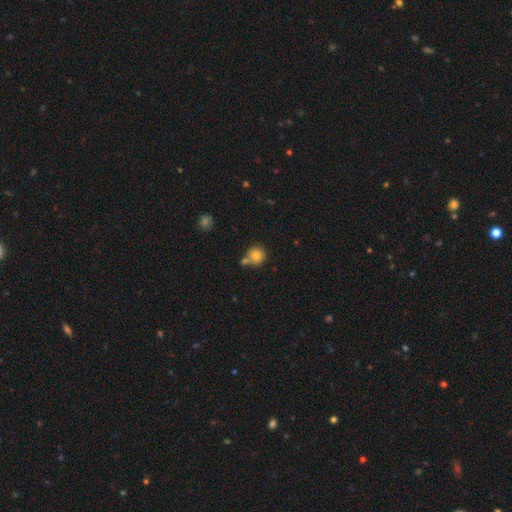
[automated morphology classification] This is clearly a smooth galaxy (81%). How rounded: clearly round (91%). Merging: possibly none (58%).